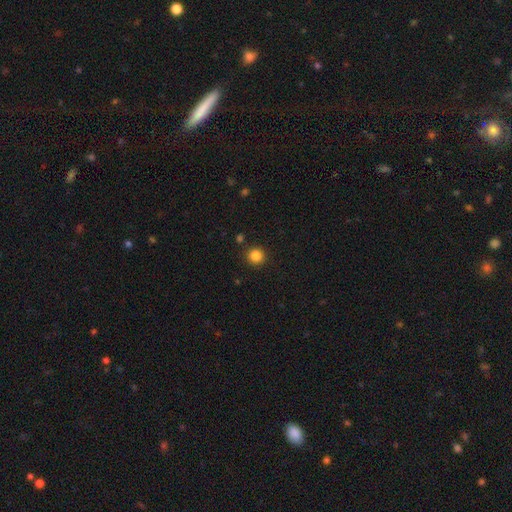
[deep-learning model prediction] Q: Smooth or featured?
A: smooth (85%); runner-up: star or artifact (12%)
Q: How rounded?
A: round (93%); runner-up: in between (6%)
Q: Merging?
A: none (89%); runner-up: minor disturbance (6%)